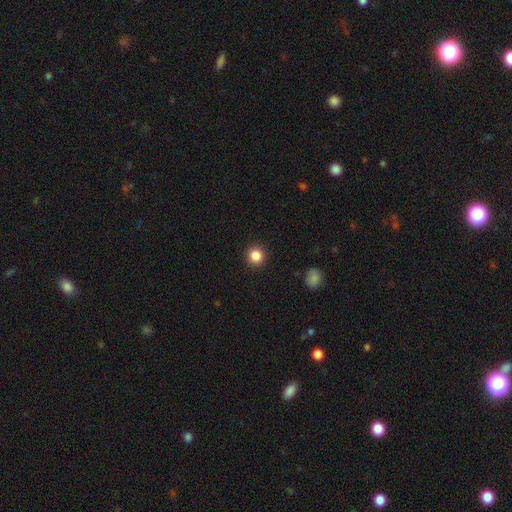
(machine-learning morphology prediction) Smooth or featured?
  - smooth: 86% *
  - star or artifact: 11%
  - featured or disk: 3%
How rounded?
  - round: 94% *
  - in between: 5%
  - cigar-shaped: 1%
Merging?
  - none: 92% *
  - minor disturbance: 5%
  - major disturbance: 2%
  - merger: 1%